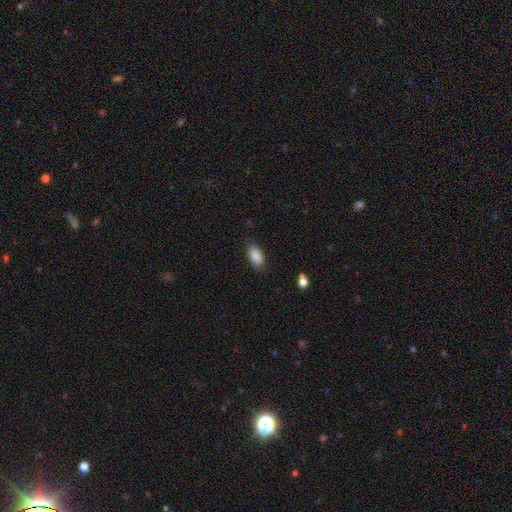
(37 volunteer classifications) Q: Smooth or featured?
A: smooth (92%); runner-up: star or artifact (5%)
Q: How rounded?
A: in between (88%); runner-up: round (12%)
Q: Merging?
A: none (74%); runner-up: major disturbance (11%)